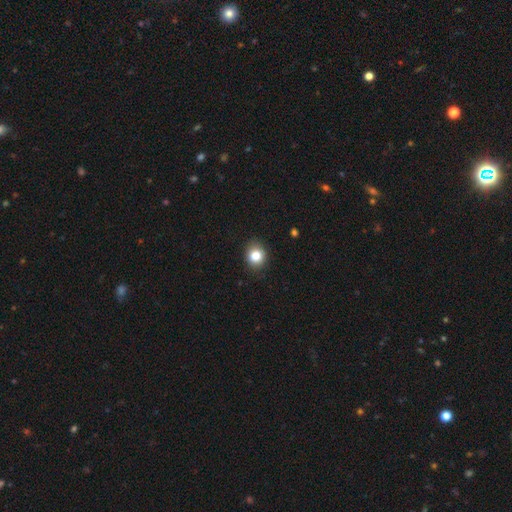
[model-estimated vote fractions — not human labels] Morphology: type=smooth (84%); roundness=round (70%); merging=none (86%).